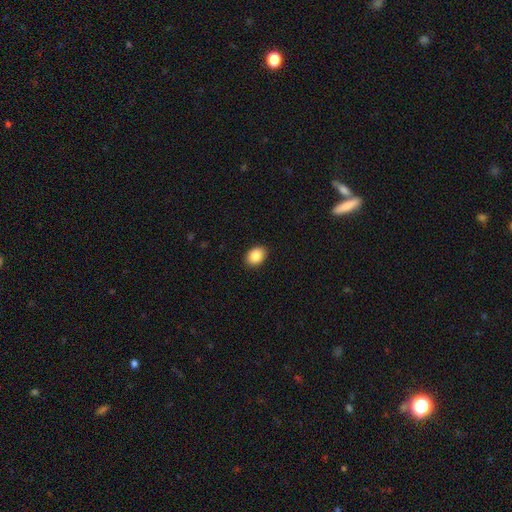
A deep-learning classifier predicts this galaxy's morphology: A smooth galaxy with no disk features (87%) that is in between round and cigar-shaped (75%). Merging: none (90%).